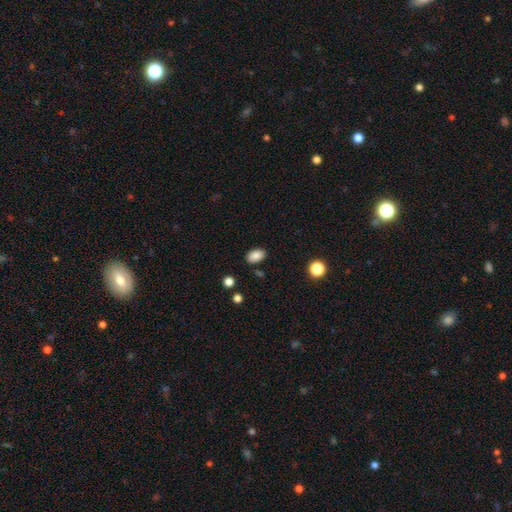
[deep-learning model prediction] A smooth galaxy with no disk features (87%) that is in between round and cigar-shaped (90%). Merging: none (85%).